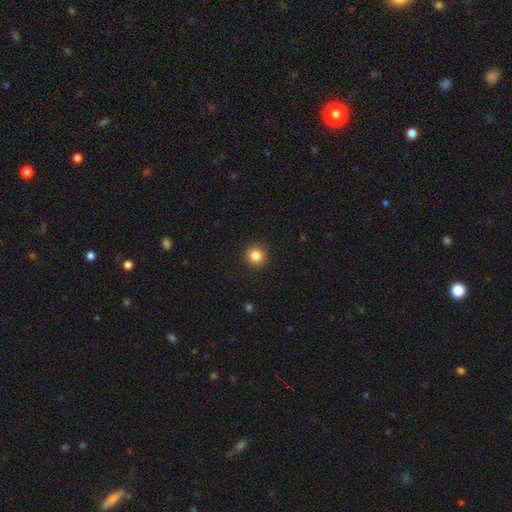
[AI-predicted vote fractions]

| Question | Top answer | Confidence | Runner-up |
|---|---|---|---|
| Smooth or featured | smooth | 85% | star or artifact (11%) |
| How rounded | round | 95% | in between (4%) |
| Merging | none | 91% | minor disturbance (6%) |